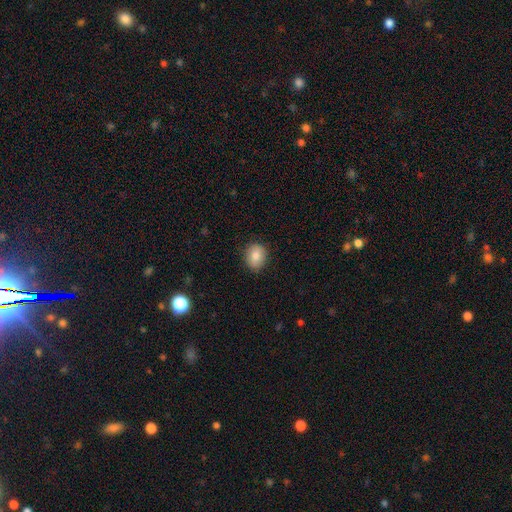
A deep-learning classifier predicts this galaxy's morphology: type=smooth (83%); roundness=round (62%); merging=none (87%).